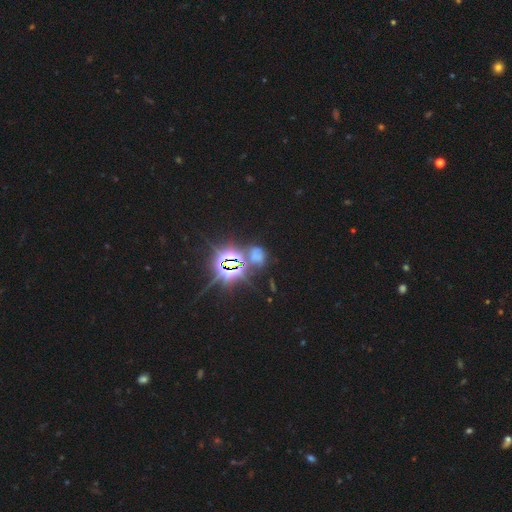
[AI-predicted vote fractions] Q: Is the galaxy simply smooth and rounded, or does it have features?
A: star or artifact — 64%.